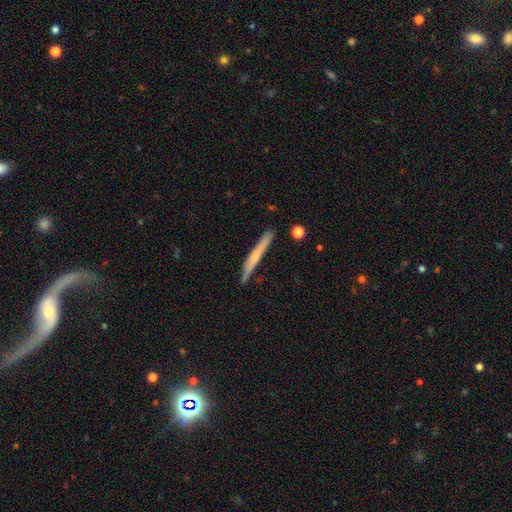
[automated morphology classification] Q: Smooth or featured?
A: smooth (50%); runner-up: featured or disk (45%)
Q: Merging?
A: none (86%); runner-up: minor disturbance (10%)